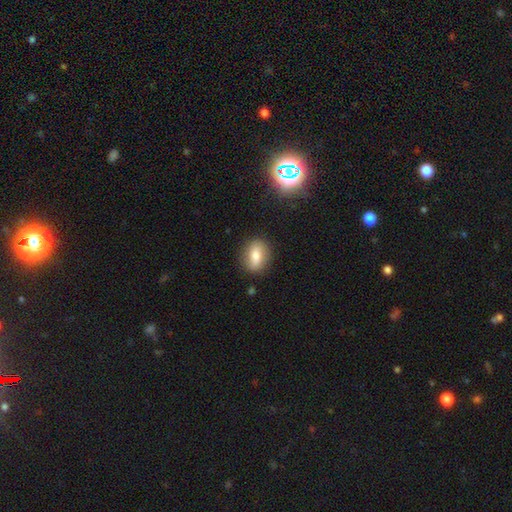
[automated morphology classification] Smooth or featured?
  - smooth: 68% *
  - featured or disk: 23%
  - star or artifact: 9%
How rounded?
  - in between: 67% *
  - round: 28%
  - cigar-shaped: 5%
Merging?
  - none: 84% *
  - minor disturbance: 12%
  - major disturbance: 3%
  - merger: 2%